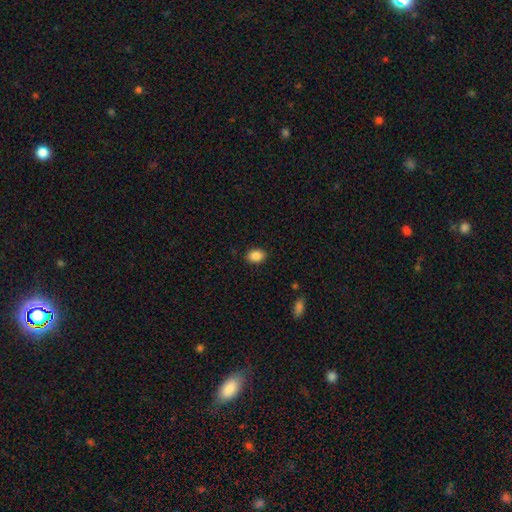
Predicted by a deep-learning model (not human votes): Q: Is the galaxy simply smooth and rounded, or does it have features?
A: smooth — 88%.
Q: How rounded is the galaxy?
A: in between — 73%.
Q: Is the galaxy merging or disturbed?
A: none — 89%.